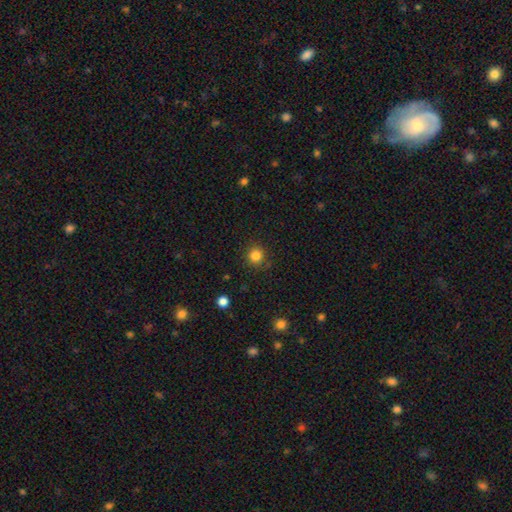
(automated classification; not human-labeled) Q: Smooth or featured?
A: smooth (84%); runner-up: star or artifact (12%)
Q: How rounded?
A: round (93%); runner-up: in between (7%)
Q: Merging?
A: none (88%); runner-up: minor disturbance (8%)